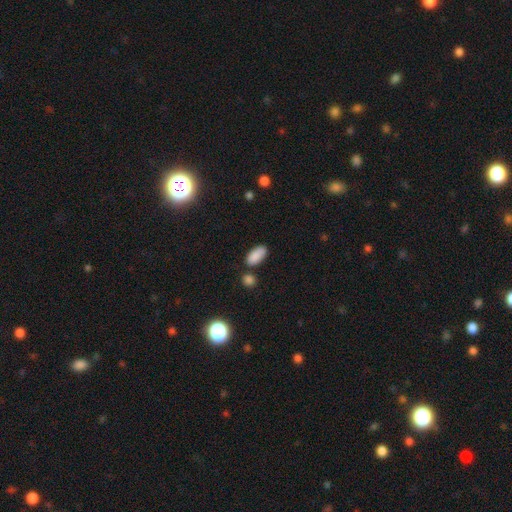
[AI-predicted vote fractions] Smooth or featured: smooth — 87% (star or artifact — 8%)
How rounded: in between — 92% (cigar-shaped — 5%)
Merging: none — 75% (minor disturbance — 13%)